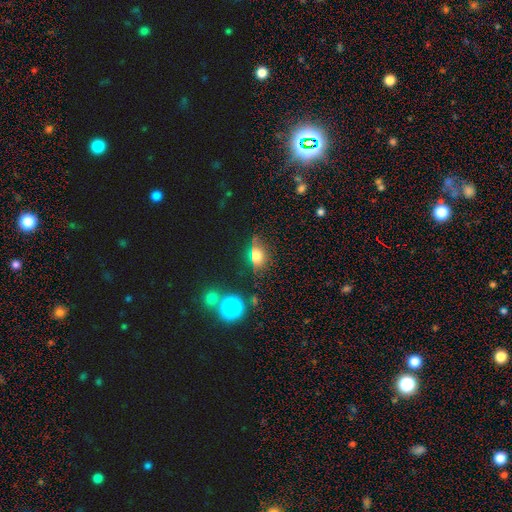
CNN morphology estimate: Smooth or featured: smooth — 60% (star or artifact — 25%)
How rounded: in between — 58% (round — 36%)
Merging: none — 69% (minor disturbance — 19%)